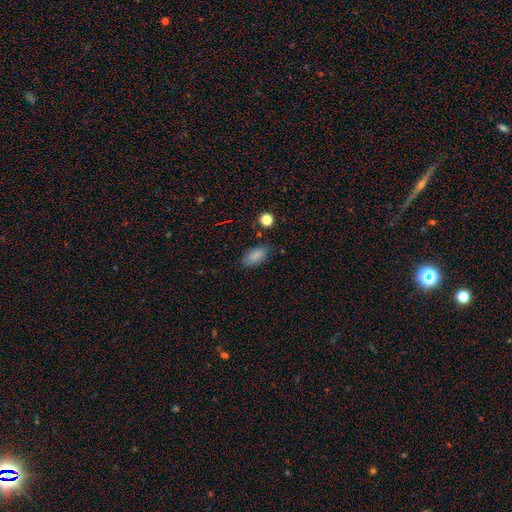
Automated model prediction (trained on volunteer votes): The model was most divided on "merging": none: 77%, minor disturbance: 17%, major disturbance: 4%, merger: 2%. More confident: how rounded — in between (92%); smooth or featured — smooth (84%).